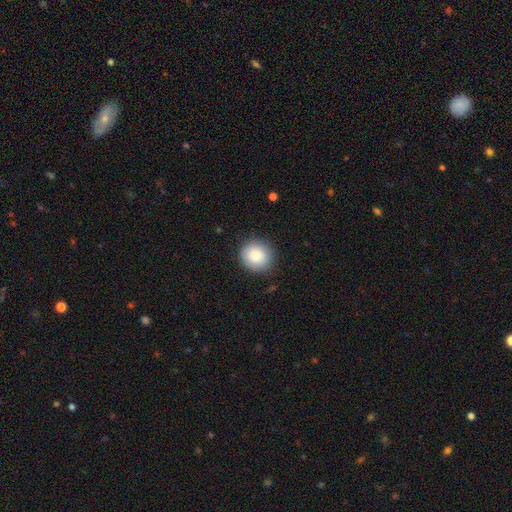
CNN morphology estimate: Smooth or featured? smooth (86%)
How rounded? round (91%)
Merging? none (88%)